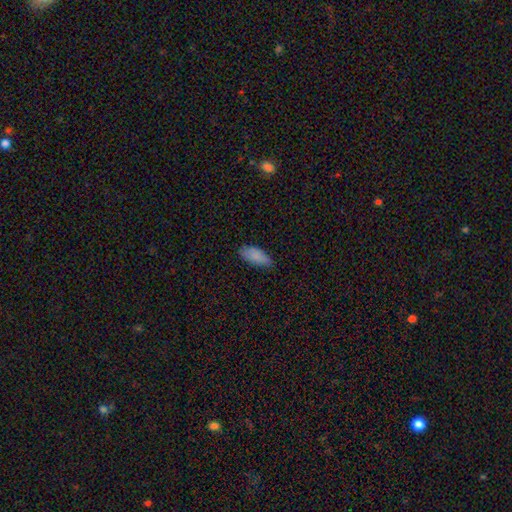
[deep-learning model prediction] A smooth galaxy with no disk features (86%) that is in between round and cigar-shaped (88%).

Vote fractions:
- Smooth or featured? smooth: 86% / featured or disk: 7% / star or artifact: 7%
- How rounded? in between: 88% / cigar-shaped: 10% / round: 2%
- Merging? none: 72% / minor disturbance: 23% / major disturbance: 4% / merger: 1%